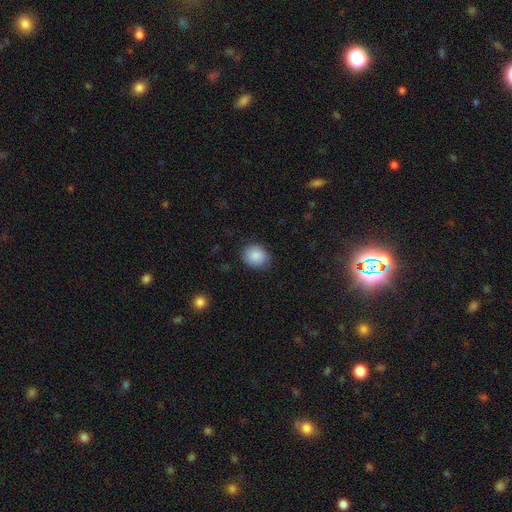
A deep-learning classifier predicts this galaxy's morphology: Q: Smooth or featured?
A: smooth (87%); runner-up: star or artifact (7%)
Q: How rounded?
A: round (59%); runner-up: in between (41%)
Q: Merging?
A: none (83%); runner-up: minor disturbance (13%)